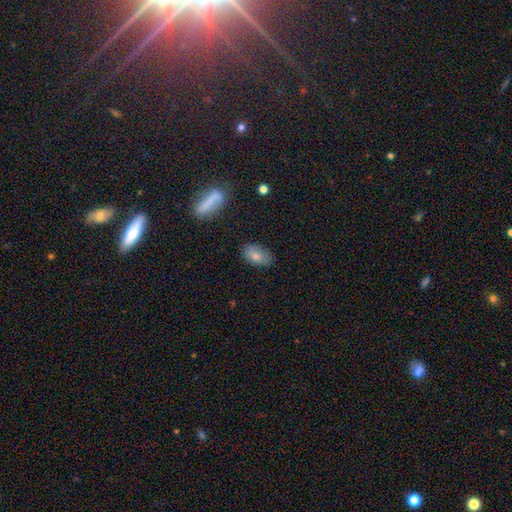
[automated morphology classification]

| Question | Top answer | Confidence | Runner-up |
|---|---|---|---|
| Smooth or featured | smooth | 80% | featured or disk (12%) |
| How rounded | in between | 92% | round (5%) |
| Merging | none | 78% | minor disturbance (16%) |